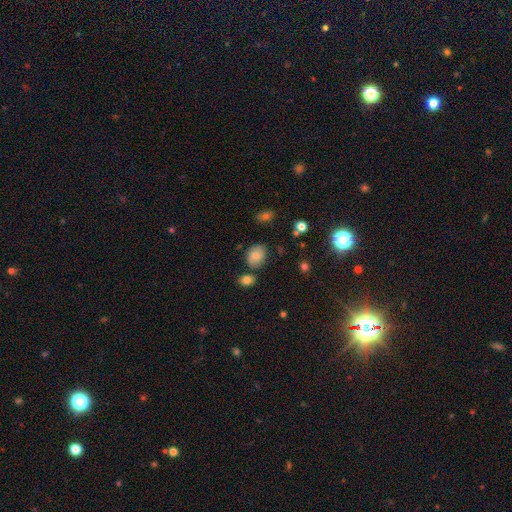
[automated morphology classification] Smooth or featured? Predicted: smooth (p=0.73). How rounded? Predicted: round (p=0.51). Merging? Predicted: none (p=0.71).